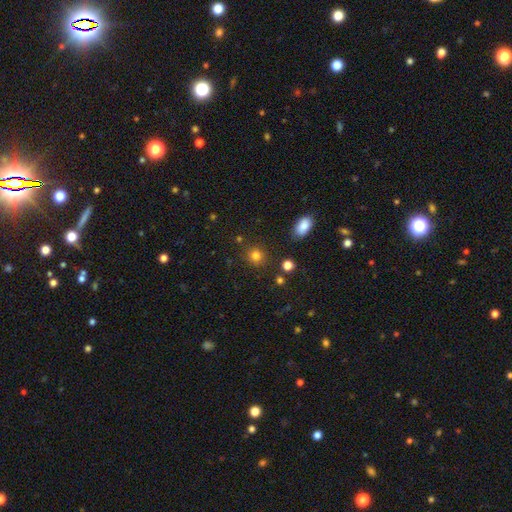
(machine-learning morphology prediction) Smooth or featured: smooth — 81% (star or artifact — 14%)
How rounded: round — 84% (in between — 15%)
Merging: none — 85% (minor disturbance — 8%)